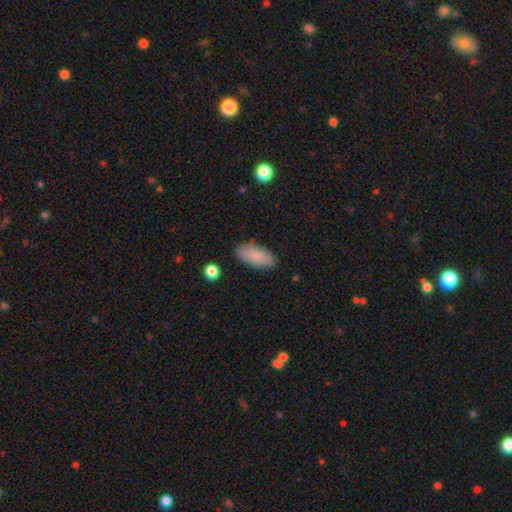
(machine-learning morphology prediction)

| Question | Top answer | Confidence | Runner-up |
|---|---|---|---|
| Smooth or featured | smooth | 87% | star or artifact (6%) |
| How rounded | in between | 89% | cigar-shaped (9%) |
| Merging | none | 86% | minor disturbance (10%) |